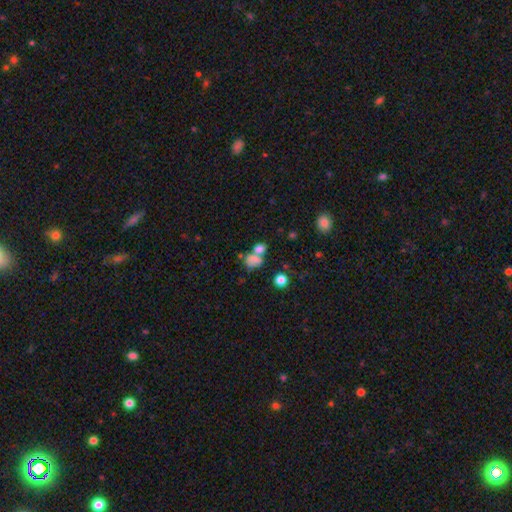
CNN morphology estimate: Q: Smooth or featured?
A: smooth (70%); runner-up: star or artifact (16%)
Q: How rounded?
A: in between (61%); runner-up: round (37%)
Q: Merging?
A: merger (48%); runner-up: none (30%)